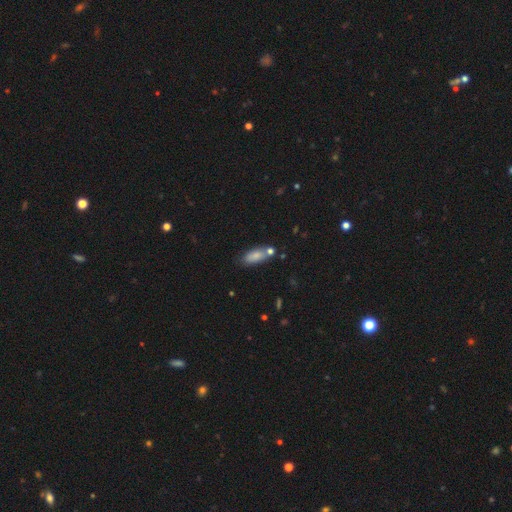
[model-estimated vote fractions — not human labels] Smooth or featured: smooth — 80% (featured or disk — 11%)
How rounded: in between — 78% (cigar-shaped — 19%)
Merging: none — 62% (minor disturbance — 17%)